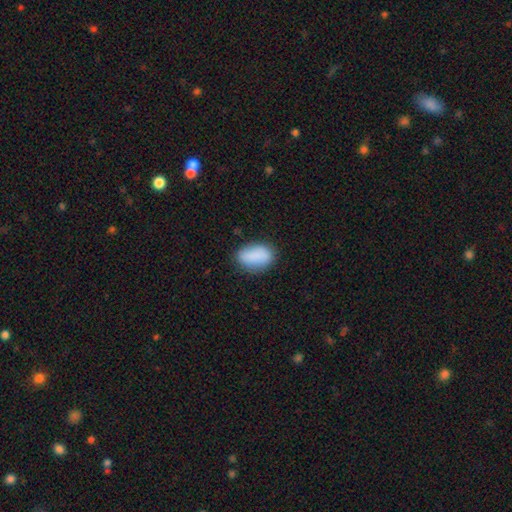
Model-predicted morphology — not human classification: A smooth galaxy with no disk features (86%) that is in between round and cigar-shaped (89%). Merging: none (78%).